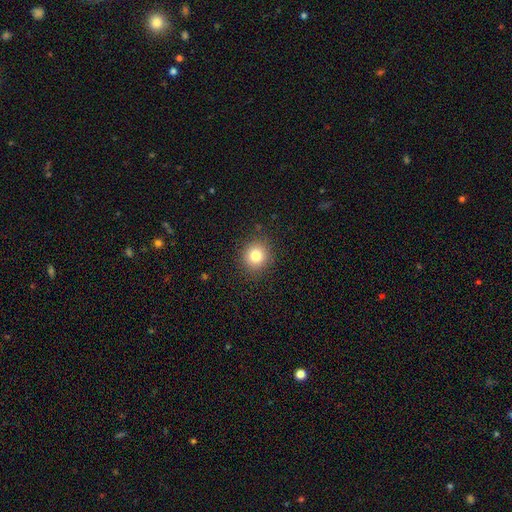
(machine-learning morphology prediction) Overall: smooth (81%). How rounded: round (87%). Merging: none (89%).